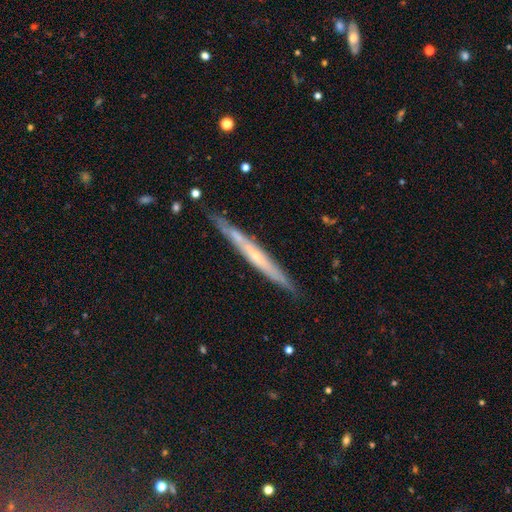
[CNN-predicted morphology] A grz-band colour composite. It shows a featured or disk galaxy (66%) viewed edge-on (94%) with no central bulge (59%). Merging: none (85%).